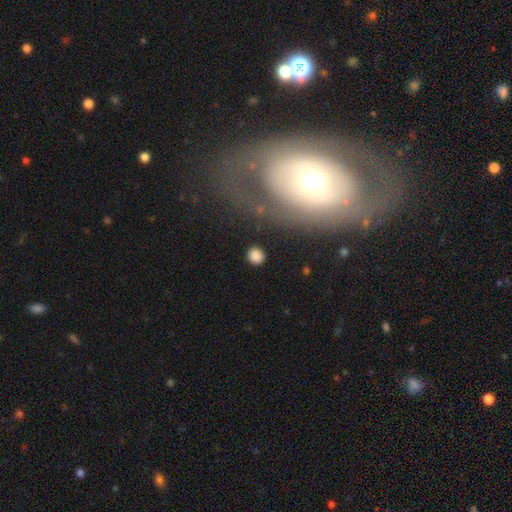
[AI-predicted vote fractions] smooth-or-featured: smooth: 83% | star or artifact: 11% | featured or disk: 6%
  how-rounded: round: 89% | in between: 10% | cigar-shaped: 1%
  merging: none: 88% | minor disturbance: 7% | major disturbance: 3% | merger: 2%